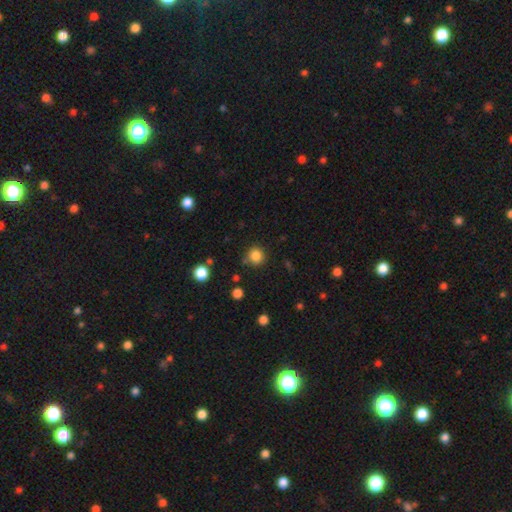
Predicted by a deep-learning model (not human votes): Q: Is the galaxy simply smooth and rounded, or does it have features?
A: smooth — 84%.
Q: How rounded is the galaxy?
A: round — 92%.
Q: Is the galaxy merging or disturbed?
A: none — 81%.